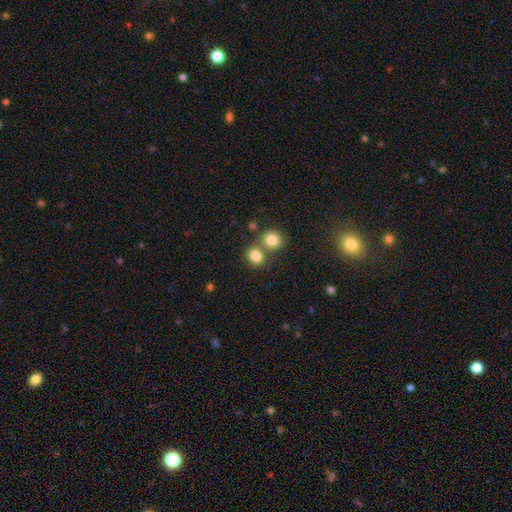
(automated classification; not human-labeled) Smooth or featured? Predicted: smooth (p=0.82). How rounded? Predicted: round (p=0.68). Merging? Predicted: none (p=0.55).